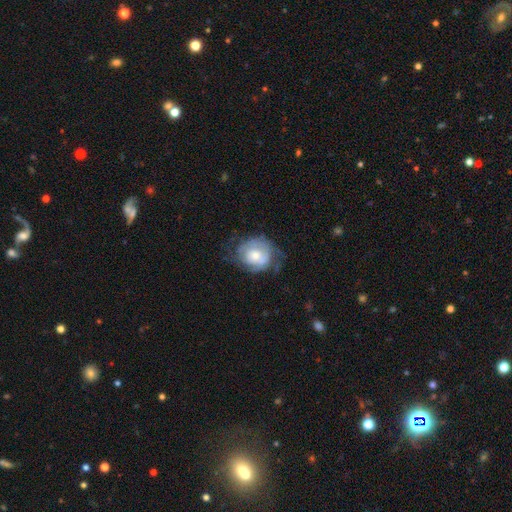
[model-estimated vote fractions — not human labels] Smooth or featured: featured or disk — 55% (smooth — 38%)
Edge-on disk: no — 97% (yes — 3%)
Bar: no — 80% (weak — 17%)
Spiral arms: yes — 63% (no — 37%)
Bulge size: moderate — 53% (small — 32%)
Merging: none — 52% (minor disturbance — 27%)